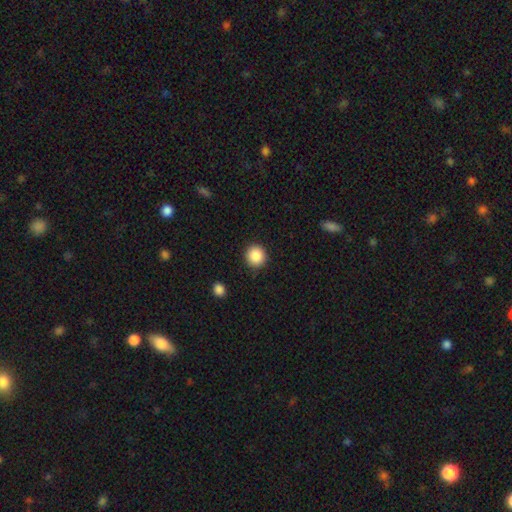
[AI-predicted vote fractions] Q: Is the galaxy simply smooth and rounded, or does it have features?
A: smooth — 88%.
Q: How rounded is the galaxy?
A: round — 93%.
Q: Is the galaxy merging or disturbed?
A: none — 91%.